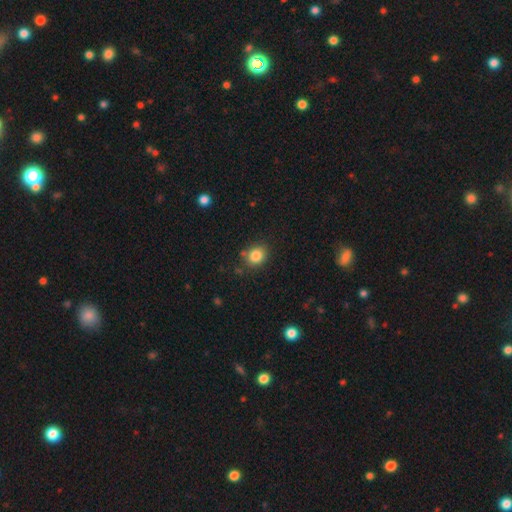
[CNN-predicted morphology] Smooth or featured?
  - smooth: 84% *
  - star or artifact: 10%
  - featured or disk: 5%
How rounded?
  - round: 68% *
  - in between: 31%
  - cigar-shaped: 1%
Merging?
  - none: 80% *
  - minor disturbance: 12%
  - merger: 4%
  - major disturbance: 3%